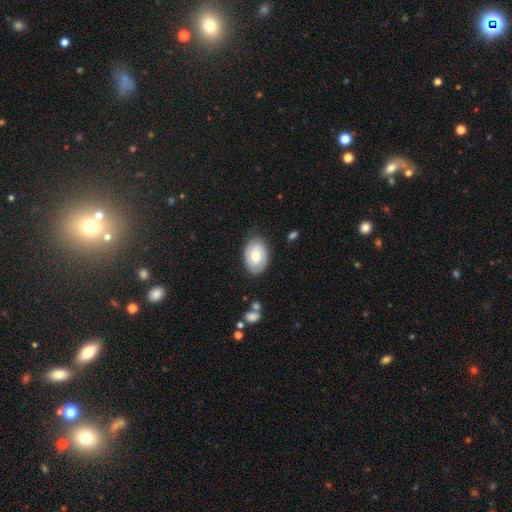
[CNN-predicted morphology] The model was most divided on "smooth or featured": smooth: 56%, featured or disk: 38%, star or artifact: 6%. More confident: how rounded — in between (87%); merging — none (80%).